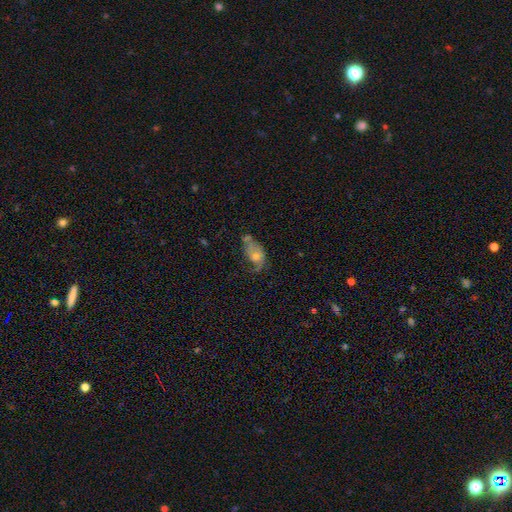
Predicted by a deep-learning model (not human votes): Smooth or featured? featured or disk (51%)
Edge-on disk? no (93%)
Merging? none (37%)